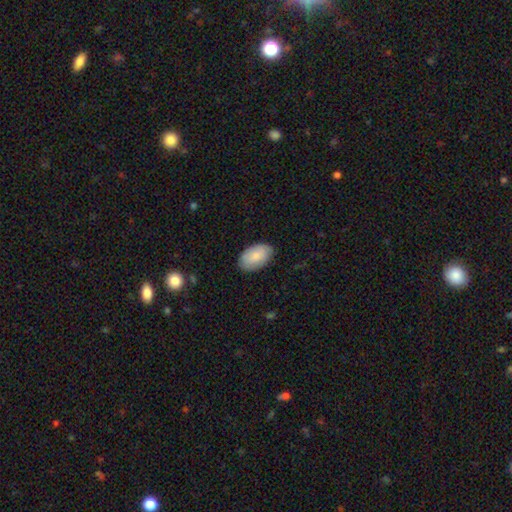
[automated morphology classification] Smooth or featured? smooth (84%)
How rounded? in between (94%)
Merging? none (85%)